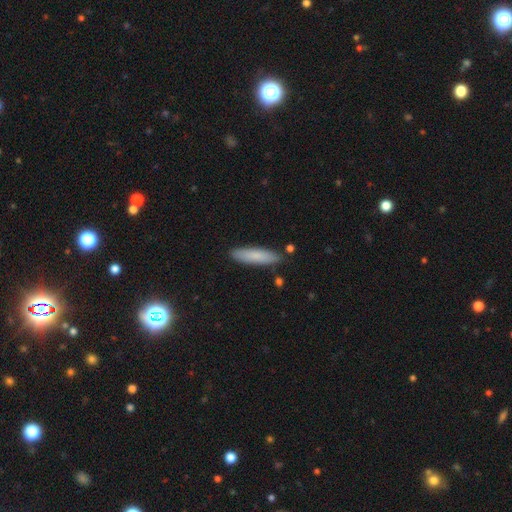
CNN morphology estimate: smooth_or_featured: smooth (p=0.80) [alt: featured or disk p=0.13]
how_rounded: cigar-shaped (p=0.74) [alt: in between p=0.24]
merging: none (p=0.86) [alt: minor disturbance p=0.10]